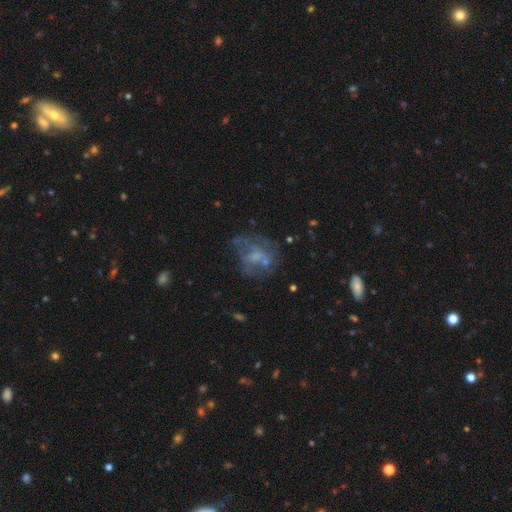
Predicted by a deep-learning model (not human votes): This appears to be a featured or disk galaxy (56%) with no bar (79%), no spiral arms (76%) and a small central bulge (35%). Merging: none (43%).